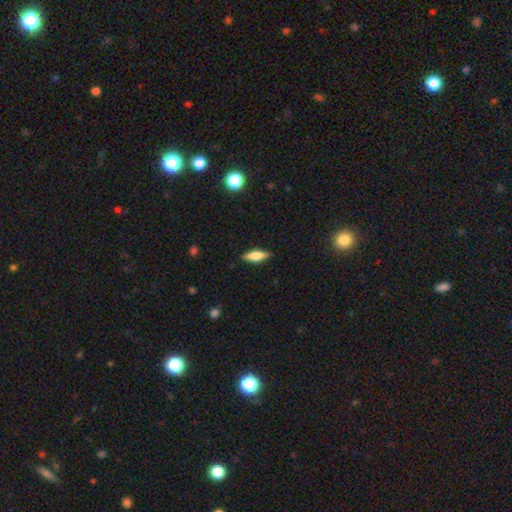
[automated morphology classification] smooth 52%, featured or disk 41%, star or artifact 7%. Down the decision tree: how rounded — in between (56%); merging — none (87%).